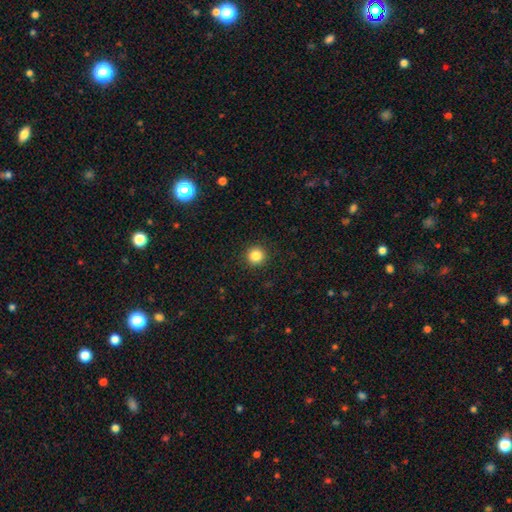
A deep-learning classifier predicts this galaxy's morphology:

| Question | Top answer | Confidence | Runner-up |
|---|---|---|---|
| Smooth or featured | smooth | 85% | star or artifact (11%) |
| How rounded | round | 95% | in between (4%) |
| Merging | none | 93% | minor disturbance (5%) |